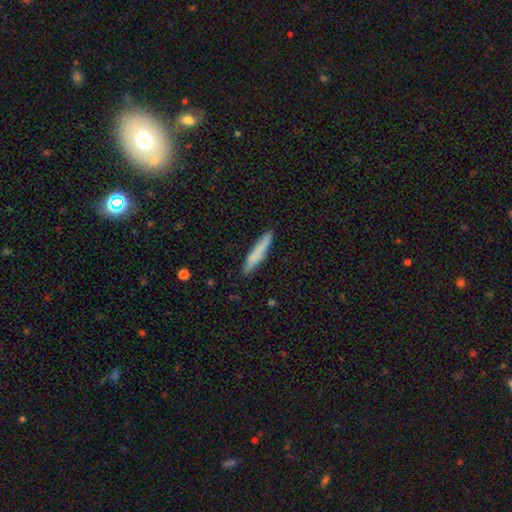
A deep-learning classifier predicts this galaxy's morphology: Smooth or featured? Predicted: smooth (p=0.74). How rounded? Predicted: cigar-shaped (p=0.94). Merging? Predicted: none (p=0.90).